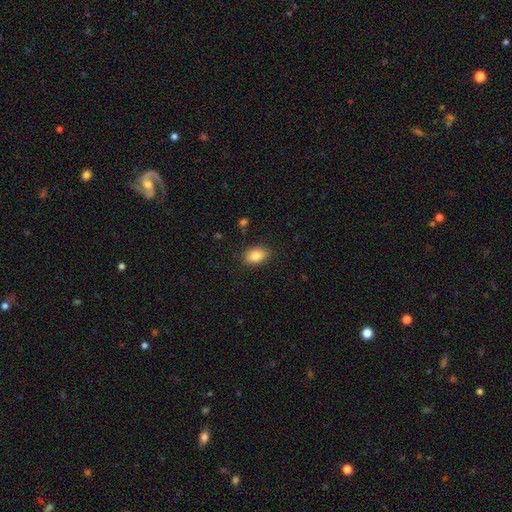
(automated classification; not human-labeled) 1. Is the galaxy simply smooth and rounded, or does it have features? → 84% smooth, 8% featured or disk, 8% star or artifact.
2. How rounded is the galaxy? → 87% in between, 11% round, 2% cigar-shaped.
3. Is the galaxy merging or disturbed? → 87% none, 10% minor disturbance, 2% major disturbance, 1% merger.